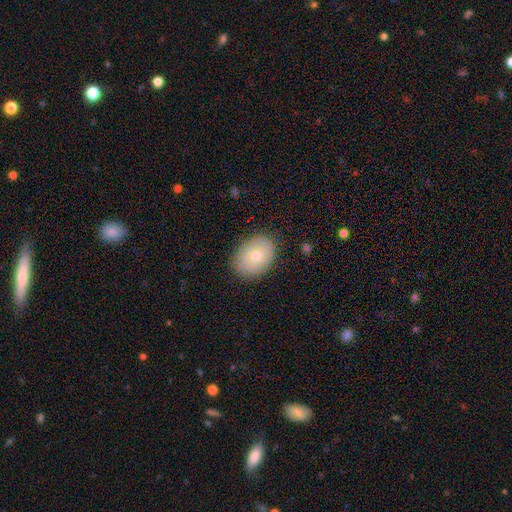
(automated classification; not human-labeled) smooth 74%, featured or disk 18%, star or artifact 8%. Down the decision tree: how rounded — in between (75%); merging — none (85%).